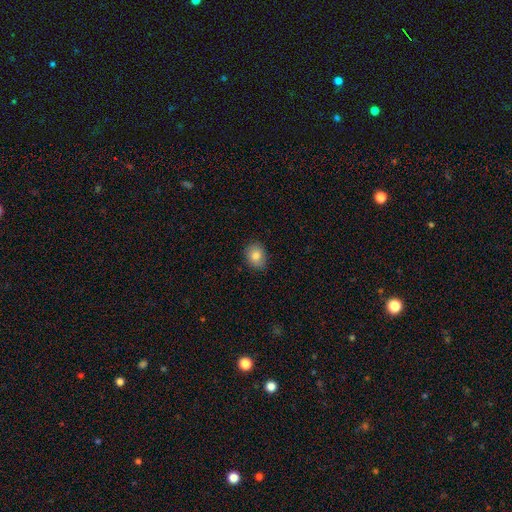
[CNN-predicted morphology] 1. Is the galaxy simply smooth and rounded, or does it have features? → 82% smooth, 10% featured or disk, 9% star or artifact.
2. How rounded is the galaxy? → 53% in between, 46% round, 1% cigar-shaped.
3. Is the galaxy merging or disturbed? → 85% none, 12% minor disturbance, 2% major disturbance, 1% merger.